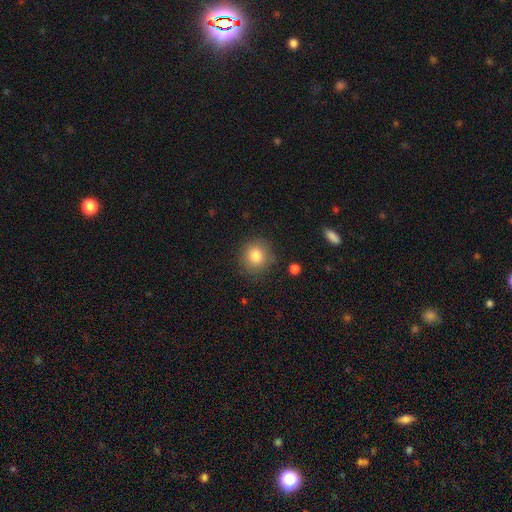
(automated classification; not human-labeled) Smooth or featured?
  - smooth: 82% *
  - star or artifact: 10%
  - featured or disk: 8%
How rounded?
  - round: 88% *
  - in between: 11%
  - cigar-shaped: 1%
Merging?
  - none: 84% *
  - minor disturbance: 11%
  - major disturbance: 3%
  - merger: 2%